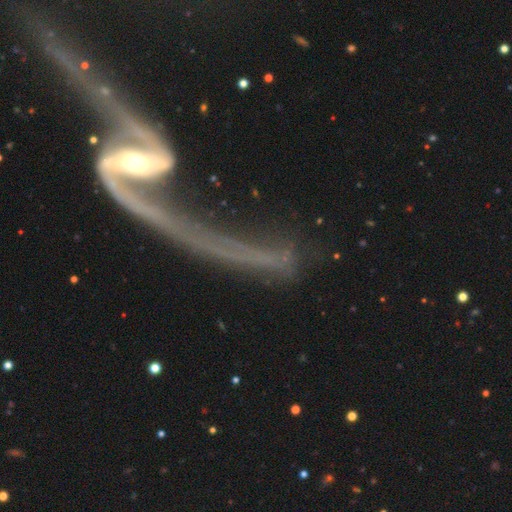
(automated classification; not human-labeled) The model was most divided on "bulge size" (2-way tie): small: 42%, moderate: 42%, none: 8%, large: 5%, dominant: 3%. Remaining: edge-on disk — no (82%); smooth or featured — featured or disk (80%); spiral arms — yes (78%); spiral arm count — 2 (71%); spiral winding — loose (71%); bar — strong (40%); merging — major disturbance (37%).